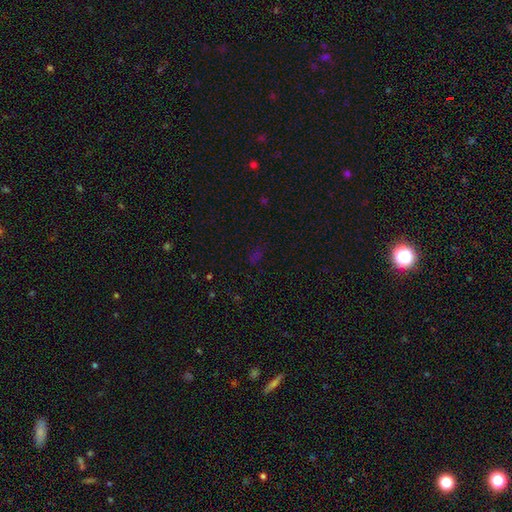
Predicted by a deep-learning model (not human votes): smooth_or_featured: star or artifact (p=0.49) [alt: smooth p=0.43]